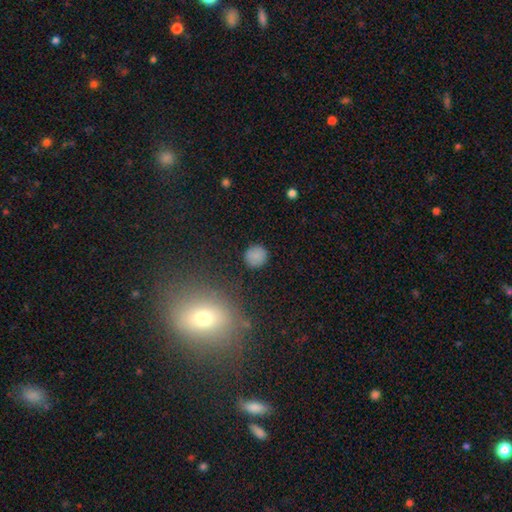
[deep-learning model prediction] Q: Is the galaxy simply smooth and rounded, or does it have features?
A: smooth — 83%.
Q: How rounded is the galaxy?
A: round — 91%.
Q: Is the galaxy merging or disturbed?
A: none — 87%.